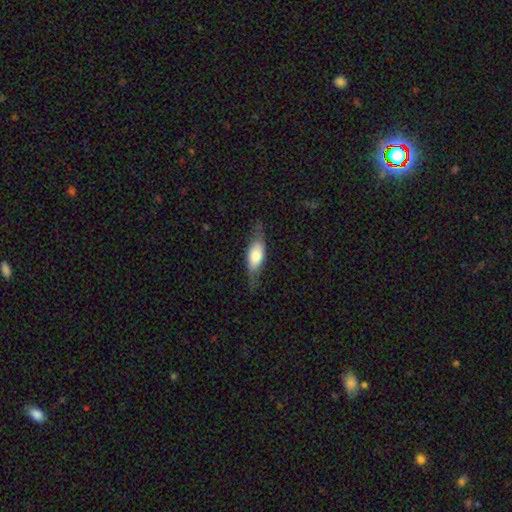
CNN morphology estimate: Smooth or featured: smooth — 57% (featured or disk — 37%)
How rounded: in between — 68% (cigar-shaped — 29%)
Merging: none — 69% (minor disturbance — 22%)